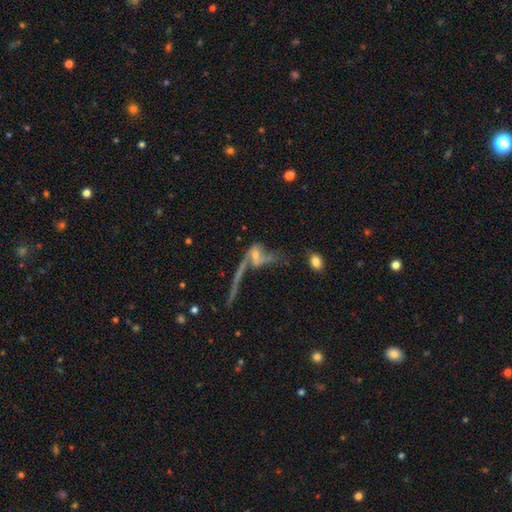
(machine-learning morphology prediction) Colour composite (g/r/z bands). It shows a featured or disk galaxy (61%) with no bar (61%), spiral arms (55%) and a small central bulge (39%). Merging: major disturbance (41%).